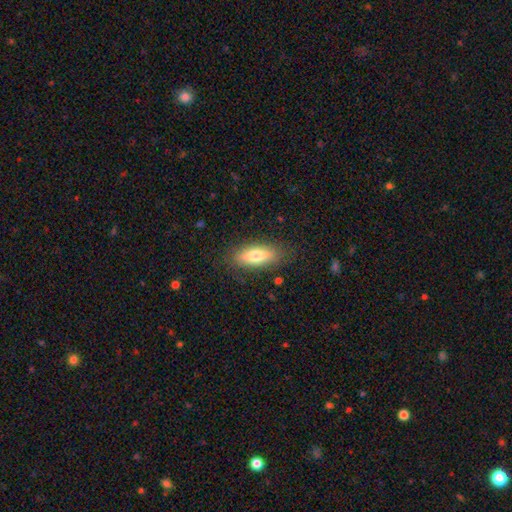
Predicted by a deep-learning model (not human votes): smooth_or_featured: smooth (p=0.71) [alt: featured or disk p=0.22]
how_rounded: in between (p=0.69) [alt: cigar-shaped p=0.29]
merging: none (p=0.83) [alt: minor disturbance p=0.13]